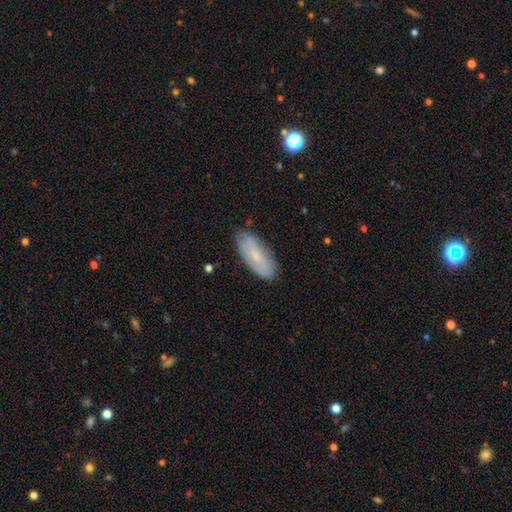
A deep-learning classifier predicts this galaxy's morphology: This appears to be a smooth galaxy with no disk features (62%) that is in between round and cigar-shaped (83%). Merging: none (81%).